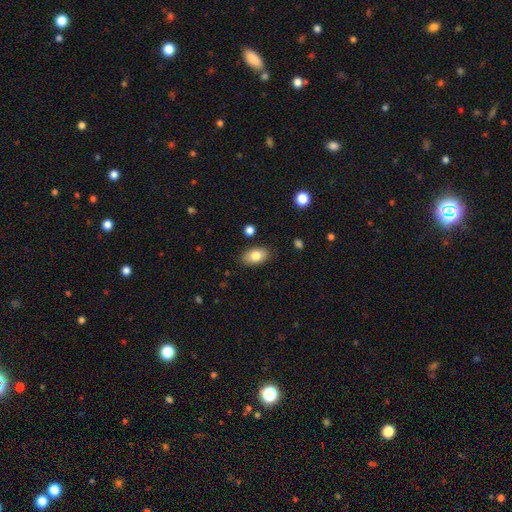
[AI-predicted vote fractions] This appears to be a smooth galaxy with no disk features (80%) that is in between round and cigar-shaped (90%). Merging: none (86%).